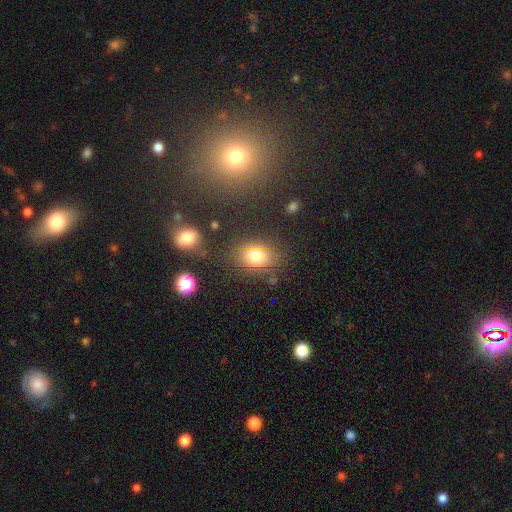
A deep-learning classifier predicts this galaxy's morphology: type=smooth (63%); roundness=in between (66%); merging=none (76%).